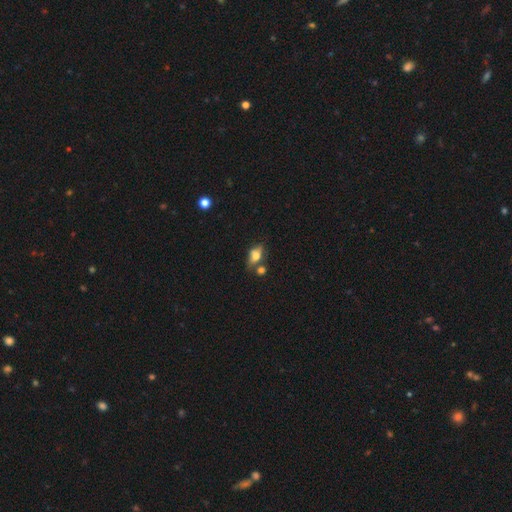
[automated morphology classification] Smooth or featured? Predicted: smooth (p=0.64). How rounded? Predicted: in between (p=0.79). Merging? Predicted: none (p=0.48).